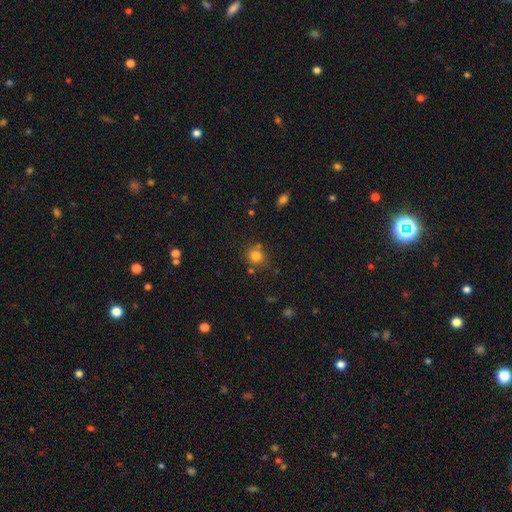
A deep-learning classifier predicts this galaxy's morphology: smooth_or_featured: smooth (p=0.79) [alt: star or artifact p=0.14]
how_rounded: round (p=0.85) [alt: in between p=0.14]
merging: none (p=0.71) [alt: merger p=0.13]